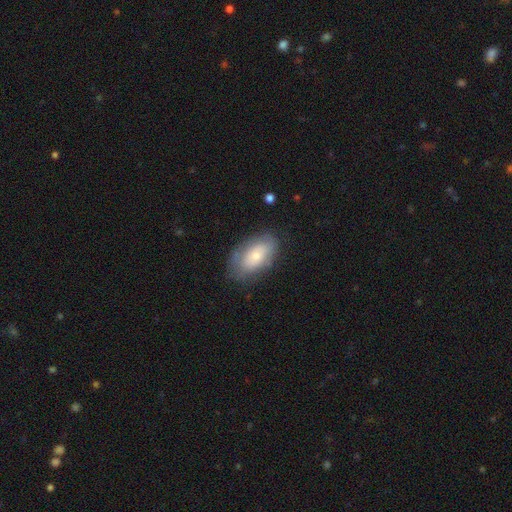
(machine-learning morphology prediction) The model was most divided on "smooth or featured": smooth: 66%, featured or disk: 28%, star or artifact: 7%. More confident: how rounded — in between (93%); merging — none (72%).